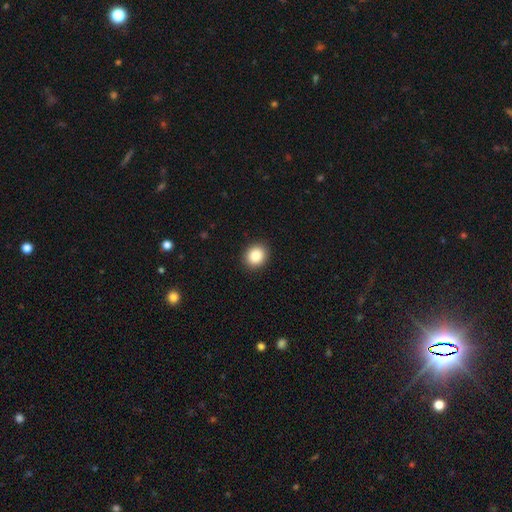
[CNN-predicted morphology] smooth_or_featured: smooth (p=0.87) [alt: star or artifact p=0.09]
how_rounded: round (p=0.66) [alt: in between p=0.33]
merging: none (p=0.91) [alt: minor disturbance p=0.06]